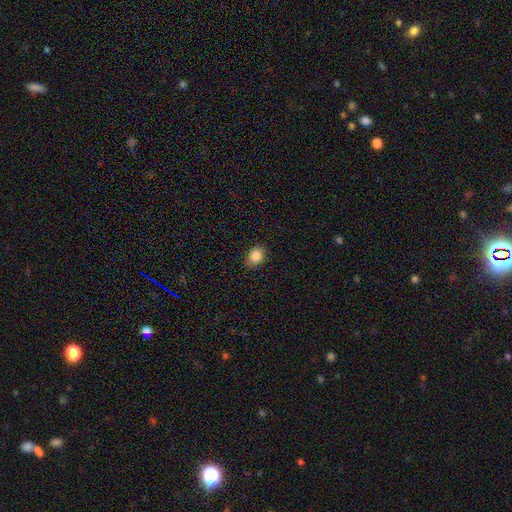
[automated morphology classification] smooth_or_featured: smooth (p=0.86) [alt: star or artifact p=0.09]
how_rounded: round (p=0.52) [alt: in between p=0.47]
merging: none (p=0.82) [alt: minor disturbance p=0.14]